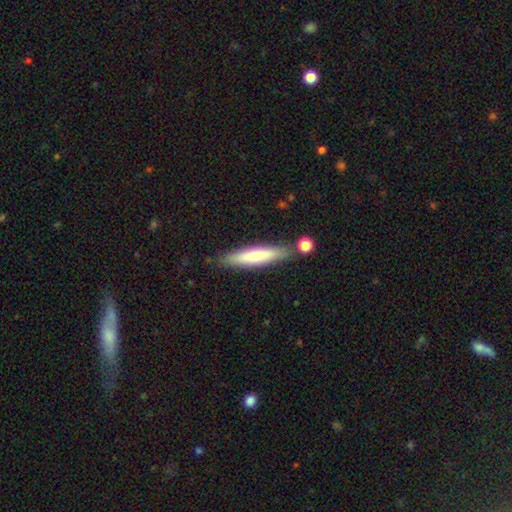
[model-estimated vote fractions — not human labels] A smooth galaxy with no disk features (67%) that is cigar-shaped (85%).

Vote fractions:
- Smooth or featured? smooth: 67% / featured or disk: 28% / star or artifact: 6%
- How rounded? cigar-shaped: 85% / in between: 14% / round: 1%
- Merging? none: 80% / minor disturbance: 12% / merger: 6% / major disturbance: 3%